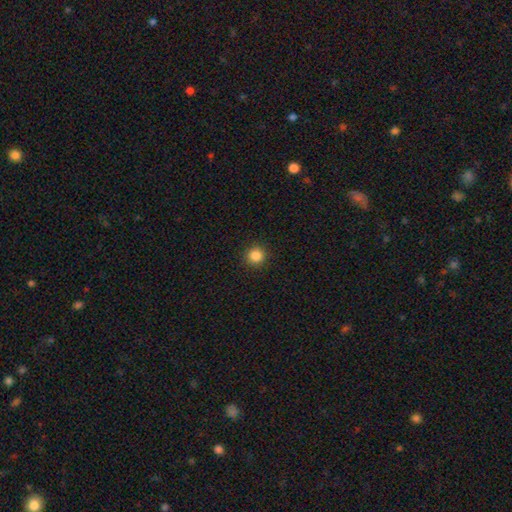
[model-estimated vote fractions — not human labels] smooth 85%, star or artifact 11%, featured or disk 3%. Down the decision tree: how rounded — round (94%); merging — none (92%).